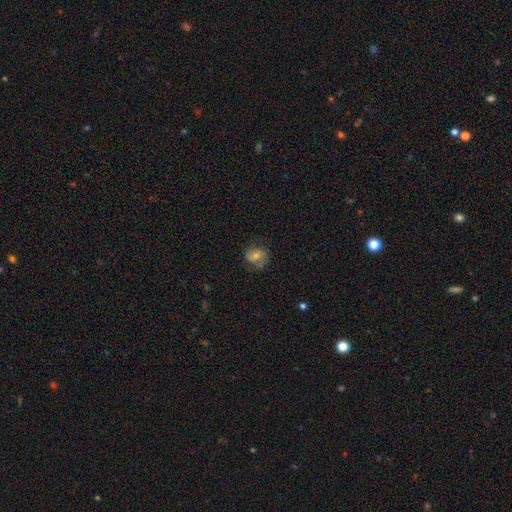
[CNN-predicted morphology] smooth-or-featured: featured or disk: 59% | smooth: 29% | star or artifact: 12%
  disk-edge-on: no: 97% | yes: 3%
    bar: no: 56% | weak: 34% | strong: 10%
    has-spiral-arms: yes: 87% | no: 13%
    bulge-size: moderate: 53% | small: 39% | large: 4% | none: 3% | dominant: 1%
  merging: none: 70% | minor disturbance: 19% | major disturbance: 9% | merger: 2%